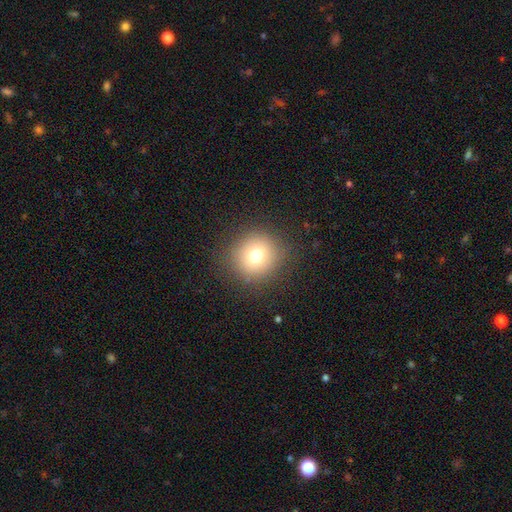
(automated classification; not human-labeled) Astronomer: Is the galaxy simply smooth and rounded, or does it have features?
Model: smooth — 75%.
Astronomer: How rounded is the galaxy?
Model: round — 90%.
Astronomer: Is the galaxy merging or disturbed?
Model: none — 88%.